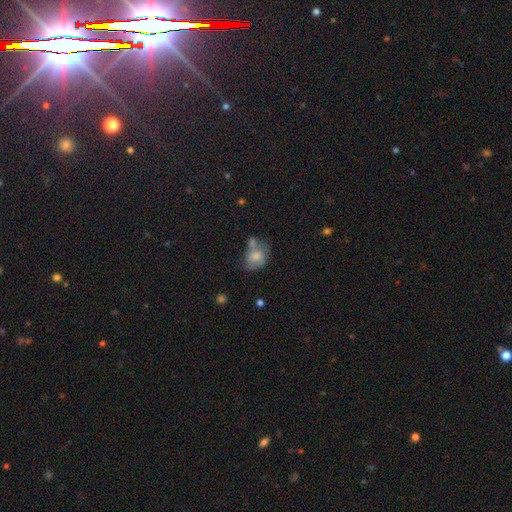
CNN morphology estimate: type=smooth (65%); roundness=in between (64%); merging=none (30%).